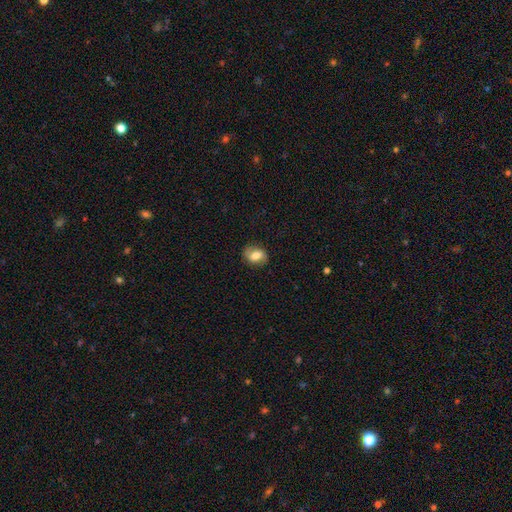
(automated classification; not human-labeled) Smooth or featured?
  - smooth: 60% *
  - featured or disk: 31%
  - star or artifact: 9%
How rounded?
  - in between: 62% *
  - round: 36%
  - cigar-shaped: 2%
Merging?
  - none: 81% *
  - minor disturbance: 14%
  - major disturbance: 4%
  - merger: 1%